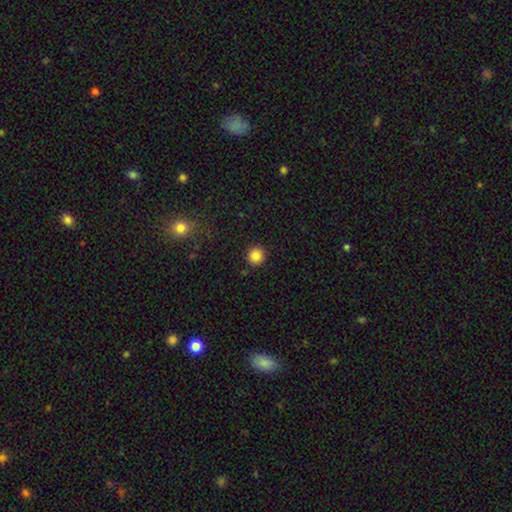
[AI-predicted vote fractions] A smooth galaxy with no disk features (86%) that is round (94%). Merging: none (91%).